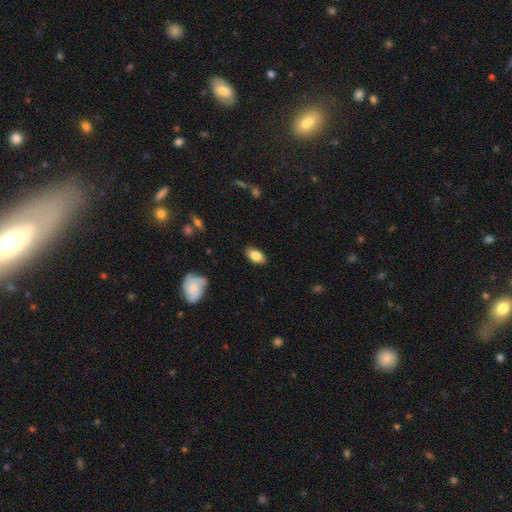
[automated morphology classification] Q: Smooth or featured?
A: smooth (83%); runner-up: featured or disk (10%)
Q: How rounded?
A: in between (91%); runner-up: round (5%)
Q: Merging?
A: none (85%); runner-up: minor disturbance (11%)